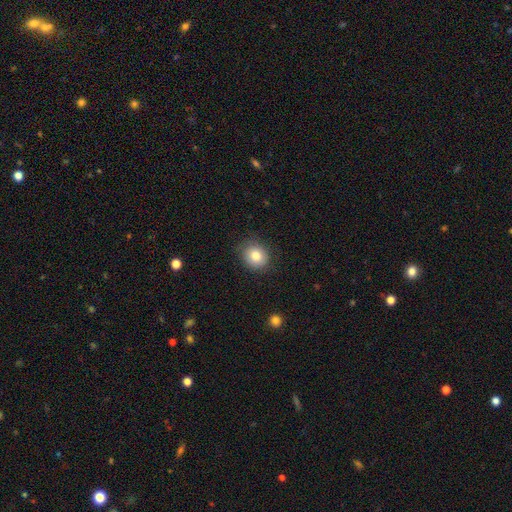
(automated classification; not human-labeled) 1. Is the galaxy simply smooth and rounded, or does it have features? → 82% smooth, 9% star or artifact, 9% featured or disk.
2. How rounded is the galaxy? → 78% round, 21% in between, 1% cigar-shaped.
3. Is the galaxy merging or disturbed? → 81% none, 14% minor disturbance, 3% major disturbance, 1% merger.